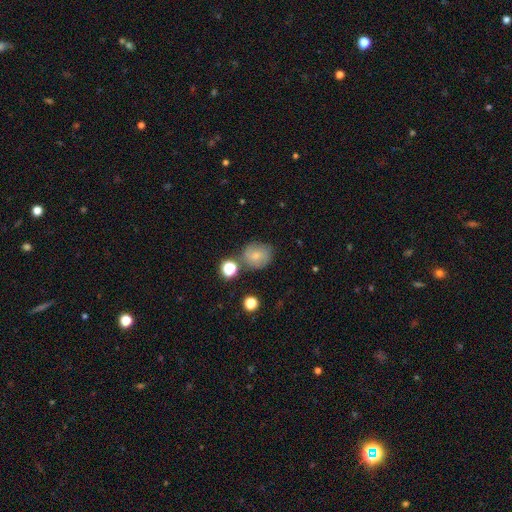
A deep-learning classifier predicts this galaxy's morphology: type=smooth (68%); roundness=round (76%); merging=none (66%).